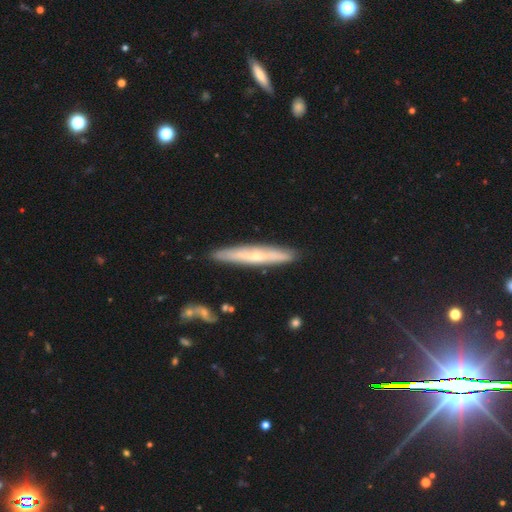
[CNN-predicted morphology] featured or disk 54%, smooth 40%, star or artifact 6%. Down the decision tree: edge-on disk — yes (87%); merging — none (88%).